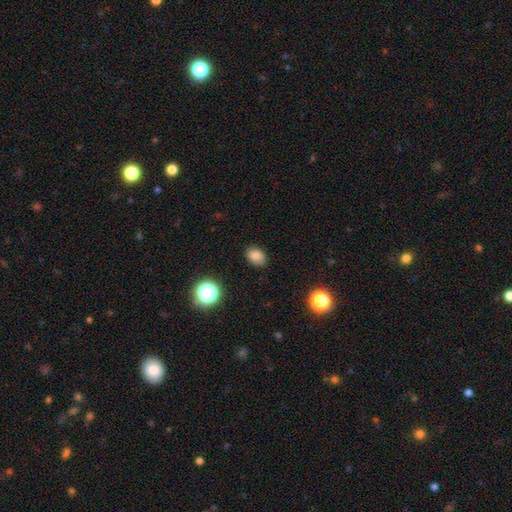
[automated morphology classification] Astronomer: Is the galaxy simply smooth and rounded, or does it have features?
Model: smooth — 82%.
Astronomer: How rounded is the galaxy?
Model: in between — 74%.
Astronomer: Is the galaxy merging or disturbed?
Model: none — 84%.